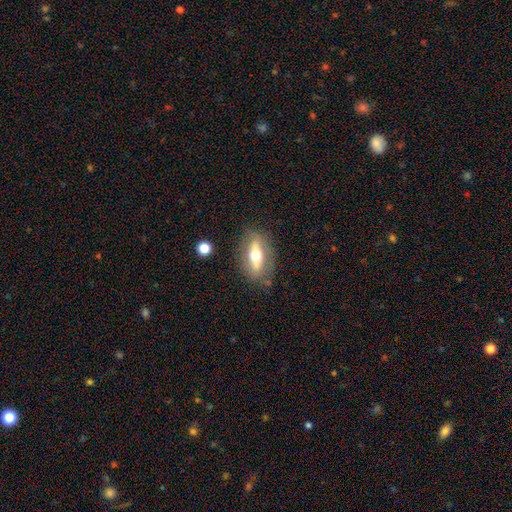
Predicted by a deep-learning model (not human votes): The model was most divided on "edge-on disk": yes: 53%, no: 47%. More confident: merging — none (79%); smooth or featured — featured or disk (52%).